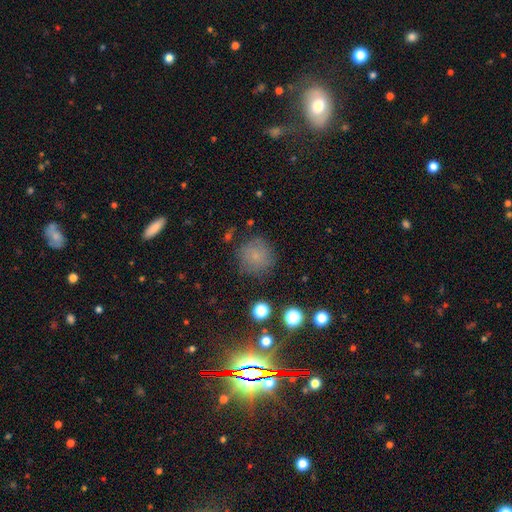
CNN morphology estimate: Smooth or featured: smooth — 72% (star or artifact — 16%)
How rounded: round — 91% (in between — 8%)
Merging: none — 79% (minor disturbance — 14%)